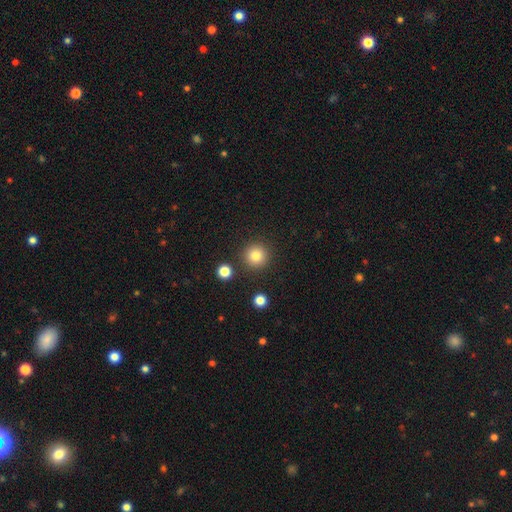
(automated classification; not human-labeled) A smooth galaxy with no disk features (83%) that is round (95%).

Vote fractions:
- Smooth or featured? smooth: 83% / star or artifact: 11% / featured or disk: 6%
- How rounded? round: 95% / in between: 4% / cigar-shaped: 1%
- Merging? none: 89% / minor disturbance: 6% / merger: 3% / major disturbance: 2%